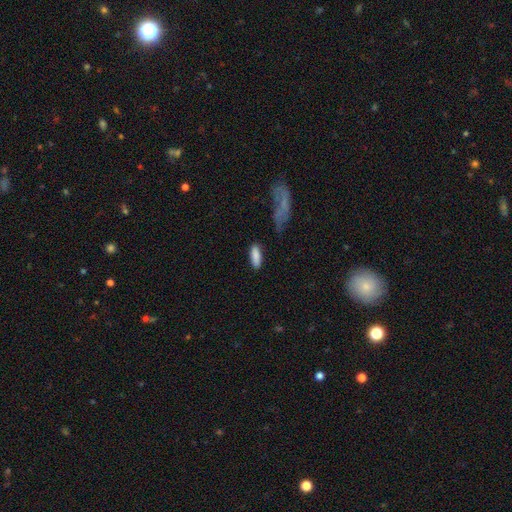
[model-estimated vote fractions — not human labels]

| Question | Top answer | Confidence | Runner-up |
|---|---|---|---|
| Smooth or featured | smooth | 86% | featured or disk (8%) |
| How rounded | in between | 63% | cigar-shaped (36%) |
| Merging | none | 80% | minor disturbance (14%) |